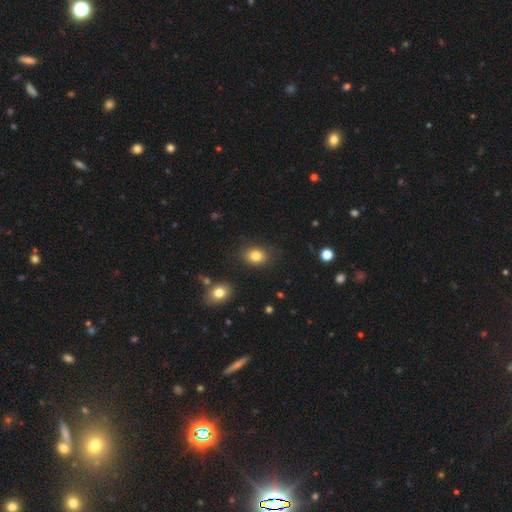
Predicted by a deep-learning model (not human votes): Smooth or featured?
  - smooth: 81% *
  - star or artifact: 10%
  - featured or disk: 8%
How rounded?
  - in between: 58% *
  - round: 41%
  - cigar-shaped: 1%
Merging?
  - none: 85% *
  - minor disturbance: 10%
  - major disturbance: 3%
  - merger: 2%